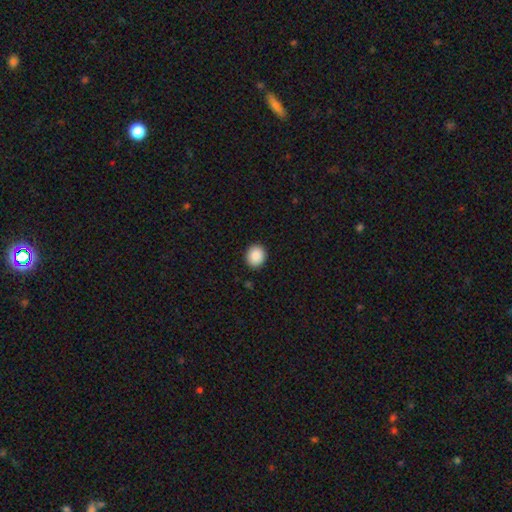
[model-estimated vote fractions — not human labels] A smooth galaxy with no disk features (89%) that is round (75%).

Vote fractions:
- Smooth or featured? smooth: 89% / star or artifact: 8% / featured or disk: 3%
- How rounded? round: 75% / in between: 24% / cigar-shaped: 1%
- Merging? none: 91% / minor disturbance: 6% / major disturbance: 2% / merger: 1%